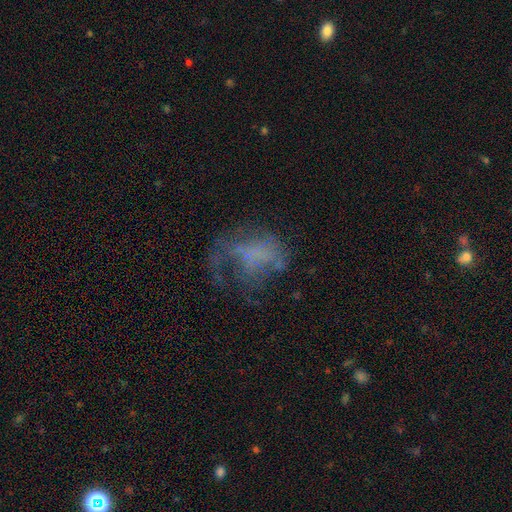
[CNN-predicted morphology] This is possibly a featured or disk galaxy (46%). Merging: marginally major disturbance (43%).